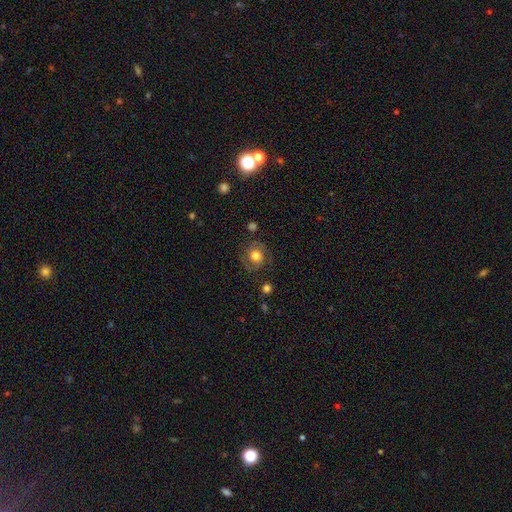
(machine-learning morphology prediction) type=featured or disk (48%); merging=none (79%).